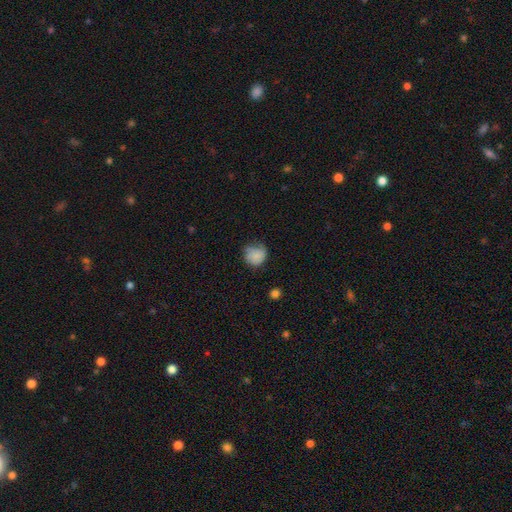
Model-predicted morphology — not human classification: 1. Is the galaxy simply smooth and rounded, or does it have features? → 80% smooth, 11% featured or disk, 9% star or artifact.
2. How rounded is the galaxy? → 81% round, 18% in between, 1% cigar-shaped.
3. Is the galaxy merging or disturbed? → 57% none, 32% minor disturbance, 9% major disturbance, 2% merger.